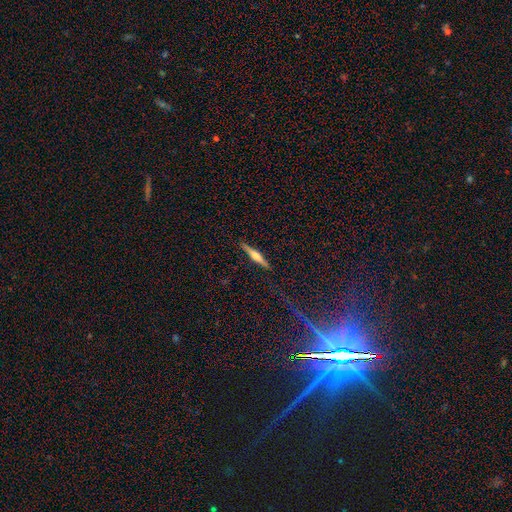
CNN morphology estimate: smooth_or_featured: featured or disk (p=0.61) [alt: smooth p=0.32]
disk_edge_on: yes (p=0.97) [alt: no p=0.03]
edge_on_bulge: rounded (p=0.80) [alt: boxy p=0.13]
merging: none (p=0.89) [alt: minor disturbance p=0.07]